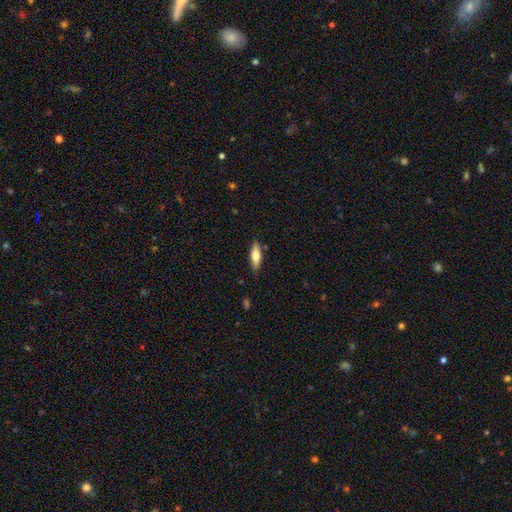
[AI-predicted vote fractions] Overall: smooth (60%; featured or disk 34%). How rounded: in between (49%; cigar-shaped 48%). Merging: none (84%).